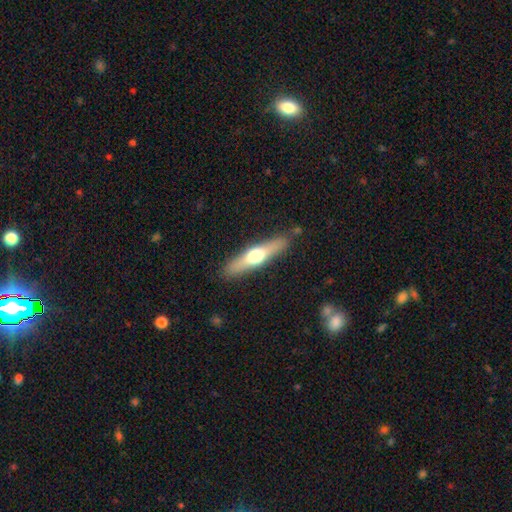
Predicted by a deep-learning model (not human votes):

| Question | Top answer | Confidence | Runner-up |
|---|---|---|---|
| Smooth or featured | featured or disk | 52% | smooth (43%) |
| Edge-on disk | yes | 91% | no (9%) |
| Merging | none | 86% | minor disturbance (10%) |